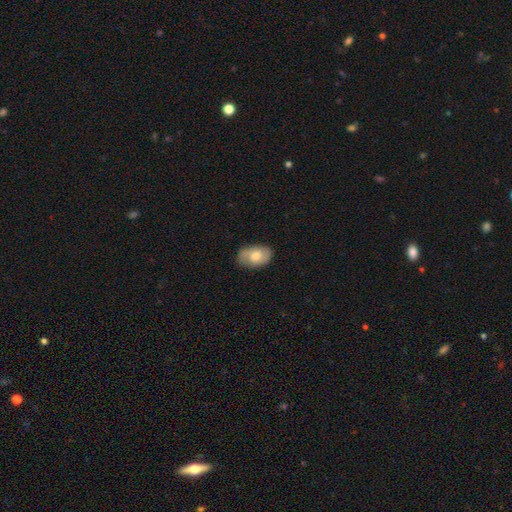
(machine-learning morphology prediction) smooth-or-featured: smooth: 68% | featured or disk: 25% | star or artifact: 7%
  how-rounded: in between: 88% | round: 11% | cigar-shaped: 1%
  merging: none: 75% | minor disturbance: 20% | major disturbance: 4% | merger: 1%